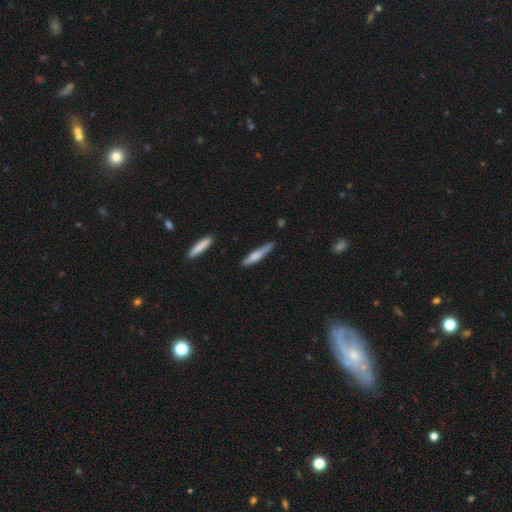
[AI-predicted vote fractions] A smooth galaxy with no disk features (64%) that is cigar-shaped (91%).

Vote fractions:
- Smooth or featured? smooth: 64% / featured or disk: 30% / star or artifact: 5%
- How rounded? cigar-shaped: 91% / in between: 8% / round: 1%
- Merging? none: 80% / minor disturbance: 15% / major disturbance: 3% / merger: 2%